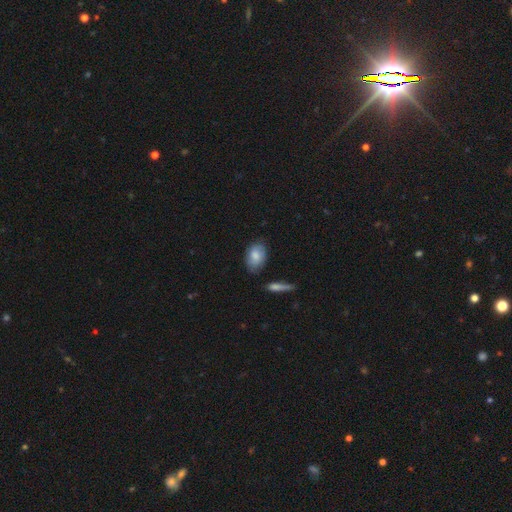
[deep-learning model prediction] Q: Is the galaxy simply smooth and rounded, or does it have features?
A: smooth — 80%.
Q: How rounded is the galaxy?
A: in between — 88%.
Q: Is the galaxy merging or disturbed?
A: none — 72%.